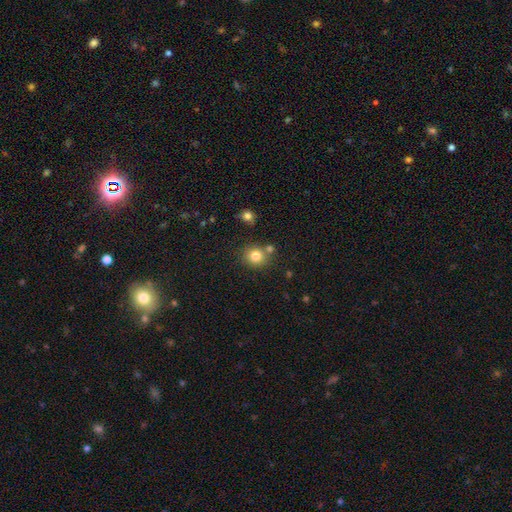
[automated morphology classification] A smooth galaxy with no disk features (82%) that is round (84%).

Vote fractions:
- Smooth or featured? smooth: 82% / star or artifact: 12% / featured or disk: 7%
- How rounded? round: 84% / in between: 15% / cigar-shaped: 1%
- Merging? none: 73% / merger: 14% / minor disturbance: 10% / major disturbance: 3%